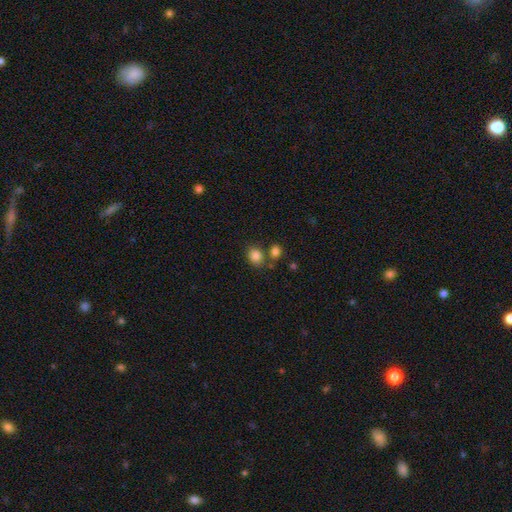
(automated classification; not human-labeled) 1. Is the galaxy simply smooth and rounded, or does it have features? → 84% smooth, 10% star or artifact, 5% featured or disk.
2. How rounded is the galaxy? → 56% round, 43% in between, 1% cigar-shaped.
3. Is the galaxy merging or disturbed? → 64% none, 20% merger, 12% minor disturbance, 4% major disturbance.